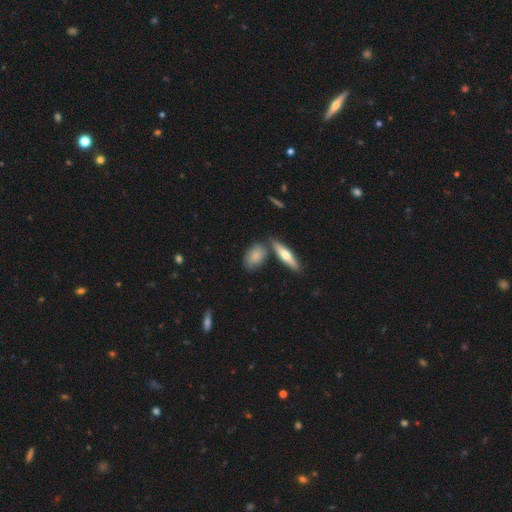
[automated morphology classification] A smooth galaxy with no disk features (72%) that is in between round and cigar-shaped (77%). Merging: none (65%).